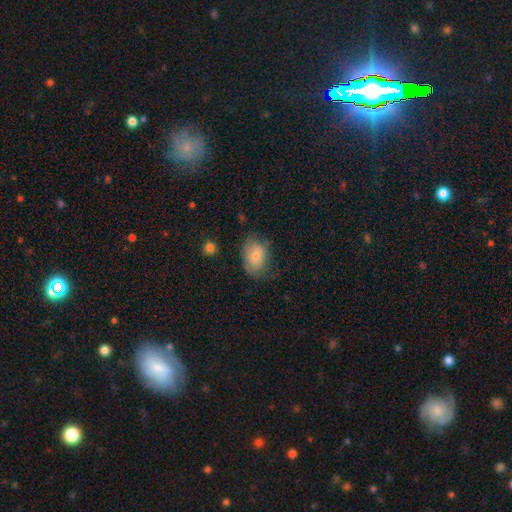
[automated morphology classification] Q: Smooth or featured?
A: smooth (69%); runner-up: featured or disk (22%)
Q: How rounded?
A: in between (80%); runner-up: round (18%)
Q: Merging?
A: none (61%); runner-up: minor disturbance (28%)